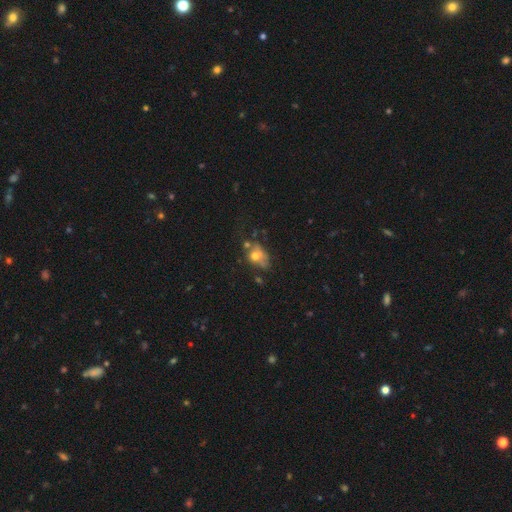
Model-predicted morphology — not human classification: A smooth galaxy with no disk features (57%) that is in between round and cigar-shaped (67%).

Vote fractions:
- Smooth or featured? smooth: 57% / featured or disk: 29% / star or artifact: 13%
- How rounded? in between: 67% / round: 30% / cigar-shaped: 3%
- Merging? none: 33% / minor disturbance: 27% / major disturbance: 24% / merger: 17%